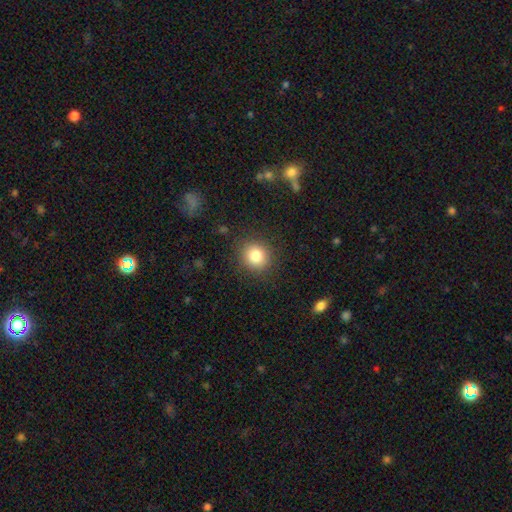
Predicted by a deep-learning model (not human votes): Q: Smooth or featured?
A: smooth (82%); runner-up: star or artifact (11%)
Q: How rounded?
A: round (82%); runner-up: in between (17%)
Q: Merging?
A: none (88%); runner-up: minor disturbance (8%)